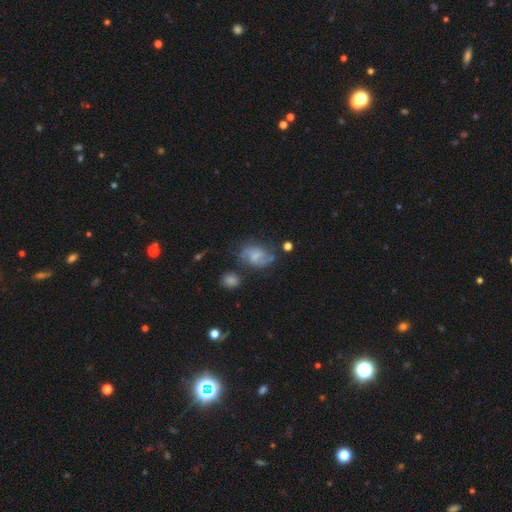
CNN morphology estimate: smooth_or_featured: featured or disk (p=0.65) [alt: smooth p=0.25]
disk_edge_on: no (p=0.97) [alt: yes p=0.03]
bar: weak (p=0.49) [alt: no p=0.42]
has_spiral_arms: yes (p=0.89) [alt: no p=0.11]
spiral_winding: medium (p=0.48) [alt: loose p=0.29]
spiral_arm_count: 2 (p=0.77) [alt: can't tell p=0.12]
bulge_size: small (p=0.42) [alt: none p=0.27]
merging: none (p=0.58) [alt: minor disturbance p=0.23]